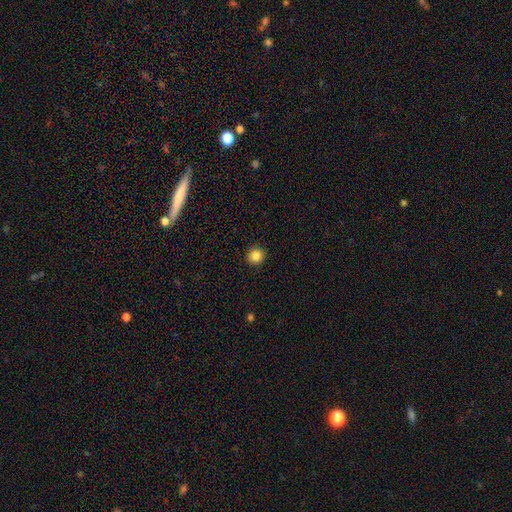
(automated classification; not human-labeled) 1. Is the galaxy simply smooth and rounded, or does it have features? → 85% smooth, 10% star or artifact, 5% featured or disk.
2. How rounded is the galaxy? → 92% round, 8% in between, 1% cigar-shaped.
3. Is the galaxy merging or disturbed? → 93% none, 5% minor disturbance, 2% major disturbance, 1% merger.